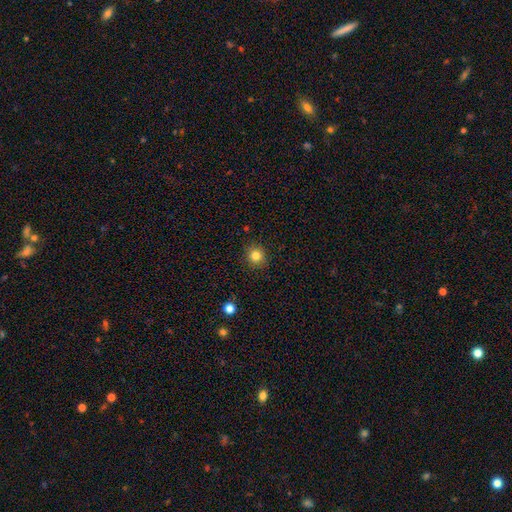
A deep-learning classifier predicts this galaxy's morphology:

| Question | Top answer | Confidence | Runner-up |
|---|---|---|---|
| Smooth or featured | smooth | 83% | star or artifact (12%) |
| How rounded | round | 91% | in between (8%) |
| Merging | none | 91% | minor disturbance (6%) |